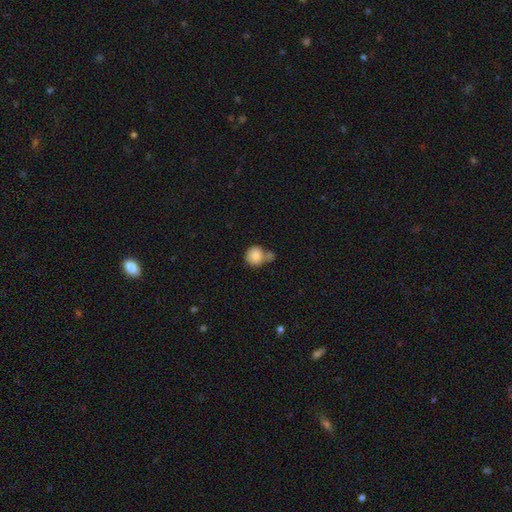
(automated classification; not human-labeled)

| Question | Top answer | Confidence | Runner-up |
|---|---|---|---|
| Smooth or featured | smooth | 85% | star or artifact (8%) |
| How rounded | round | 83% | in between (16%) |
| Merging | none | 43% | merger (38%) |